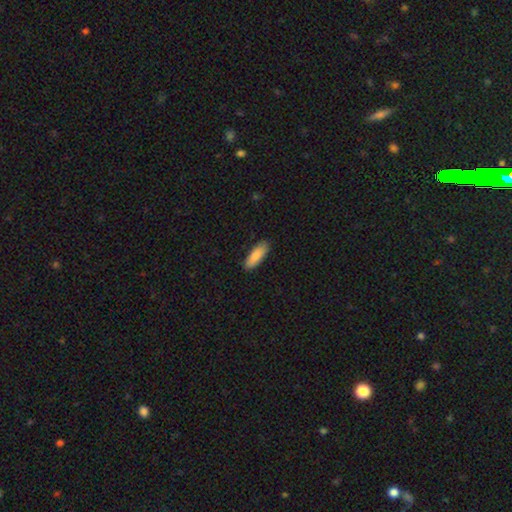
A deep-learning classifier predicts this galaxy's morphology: smooth-or-featured: smooth: 87% | featured or disk: 7% | star or artifact: 5%
  how-rounded: in between: 67% | cigar-shaped: 31% | round: 2%
  merging: none: 87% | minor disturbance: 10% | major disturbance: 2% | merger: 1%